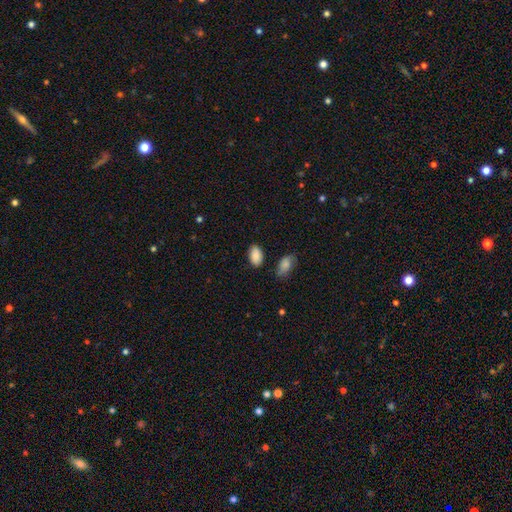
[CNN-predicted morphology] This appears to be a smooth galaxy with no disk features (88%) that is in between round and cigar-shaped (92%). Merging: none (80%).